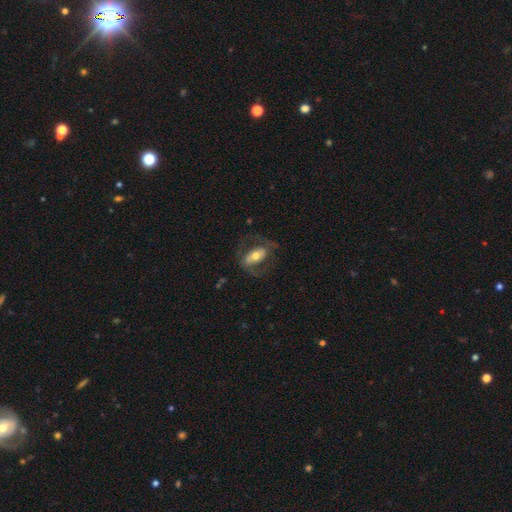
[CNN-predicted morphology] The model was most divided on "bar": strong: 37%, no: 36%, weak: 27%. More confident: edge-on disk — no (91%); bulge size — moderate (66%); spiral arms — yes (65%); merging — none (62%); smooth or featured — featured or disk (58%).